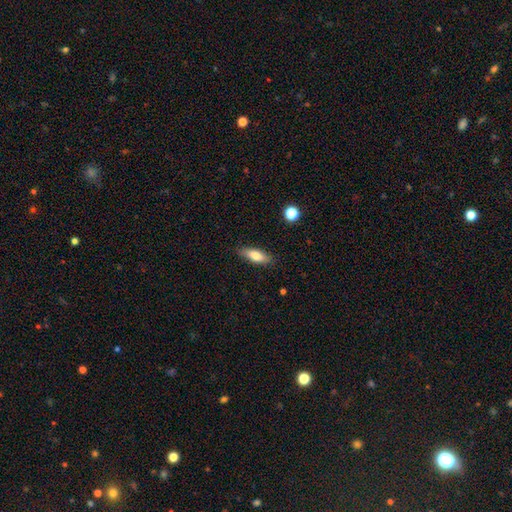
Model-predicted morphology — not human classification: A smooth galaxy with no disk features (73%) that is in between round and cigar-shaped (59%).

Vote fractions:
- Smooth or featured? smooth: 73% / featured or disk: 20% / star or artifact: 7%
- How rounded? in between: 59% / cigar-shaped: 38% / round: 3%
- Merging? none: 84% / minor disturbance: 13% / major disturbance: 2% / merger: 1%